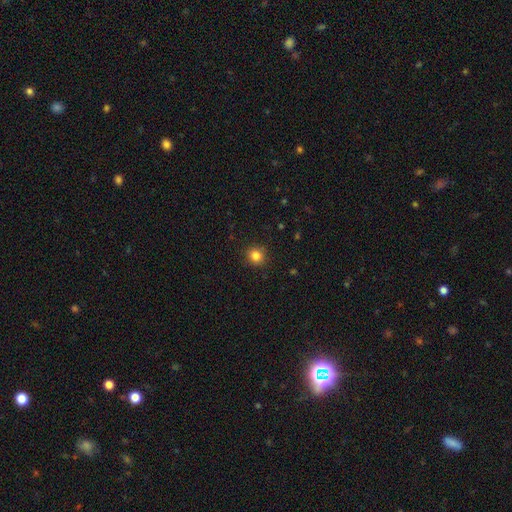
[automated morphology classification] Smooth or featured: smooth — 83% (star or artifact — 12%)
How rounded: round — 86% (in between — 13%)
Merging: none — 90% (minor disturbance — 7%)